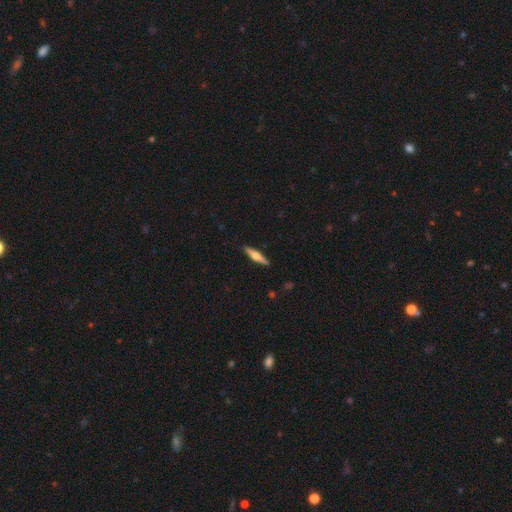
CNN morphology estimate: A featured or disk galaxy (54%) viewed edge-on (96%) with a rounded central bulge (88%).

Vote fractions:
- Smooth or featured? featured or disk: 54% / smooth: 40% / star or artifact: 6%
- Edge-on disk? yes: 96% / no: 4%
- Edge-on bulge? rounded: 88% / boxy: 8% / none: 4%
- Merging? none: 91% / minor disturbance: 7% / major disturbance: 1% / merger: 1%